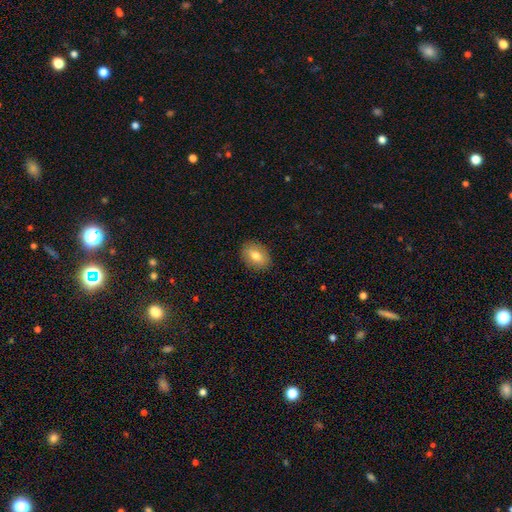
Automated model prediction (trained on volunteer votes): Overall: smooth (75%). How rounded: in between (73%). Merging: none (88%).